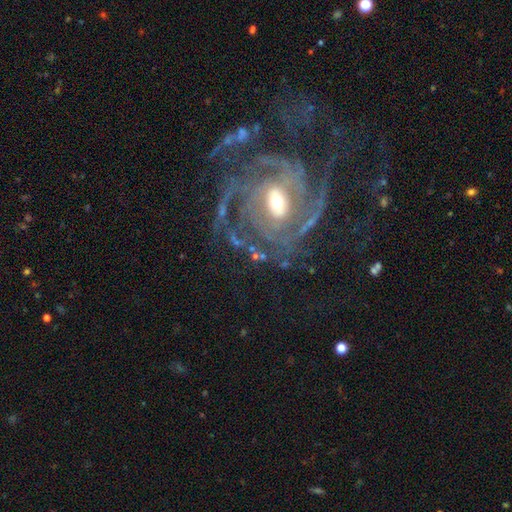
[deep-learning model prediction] Morphology: type=featured or disk (86%); edge-on=no (97%); bar=weak (38%); spiral arms=yes (95%); winding=tight (57%); arm count=can't tell (26%); bulge=moderate (55%); merging=none (64%).